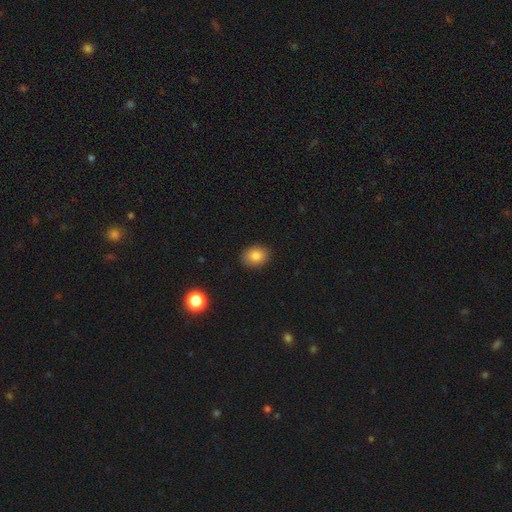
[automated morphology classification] smooth 83%, star or artifact 10%, featured or disk 7%. Down the decision tree: how rounded — in between (58%); merging — none (88%).